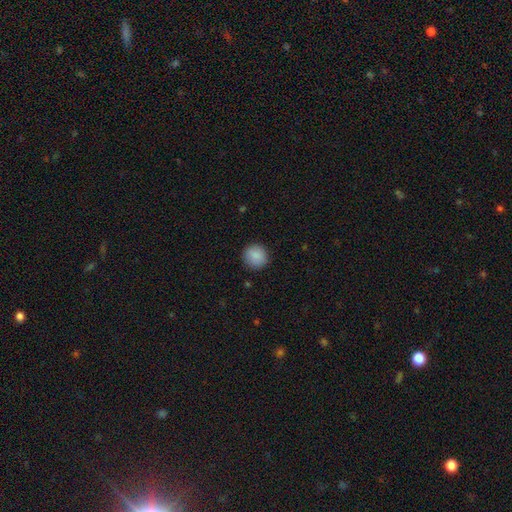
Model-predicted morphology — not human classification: Q: Smooth or featured?
A: smooth (88%); runner-up: star or artifact (8%)
Q: How rounded?
A: round (93%); runner-up: in between (6%)
Q: Merging?
A: none (90%); runner-up: minor disturbance (7%)